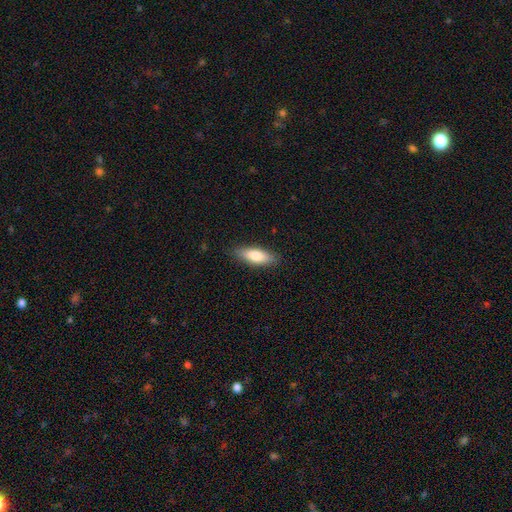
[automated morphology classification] This appears to be a smooth galaxy with no disk features (79%) that is in between round and cigar-shaped (59%). Merging: none (86%).